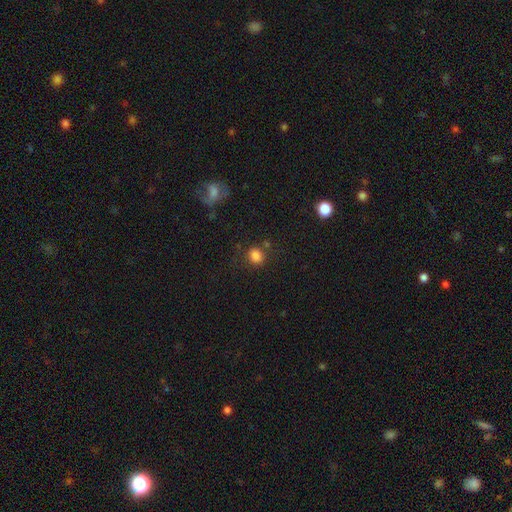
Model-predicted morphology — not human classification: This is clearly a smooth galaxy (82%). How rounded: likely round (73%). Merging: likely none (77%).